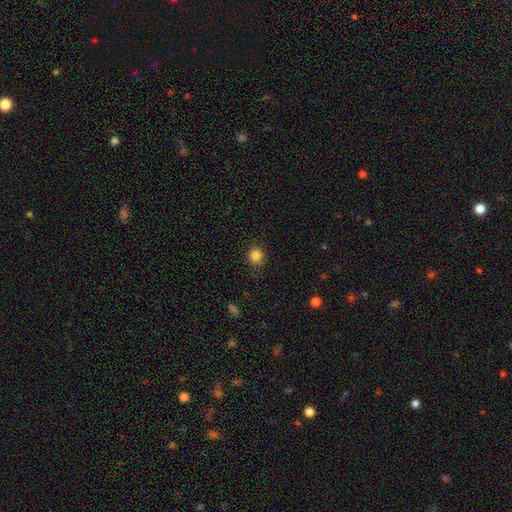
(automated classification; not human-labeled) Smooth or featured? Predicted: smooth (p=0.84). How rounded? Predicted: round (p=0.86). Merging? Predicted: none (p=0.85).